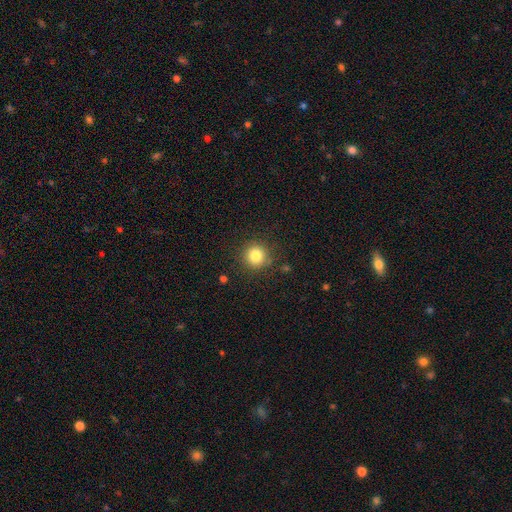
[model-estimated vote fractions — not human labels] A smooth galaxy with no disk features (83%) that is round (93%). Merging: none (87%).